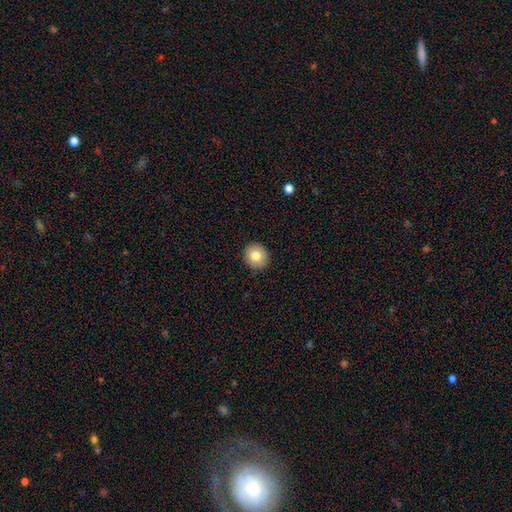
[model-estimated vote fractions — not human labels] A smooth galaxy with no disk features (79%) that is round (90%). Merging: none (91%).